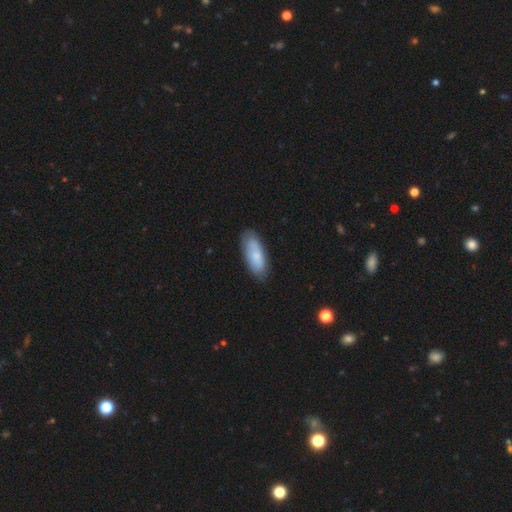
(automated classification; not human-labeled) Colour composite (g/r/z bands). It shows a smooth galaxy with no disk features (72%) that is in between round and cigar-shaped (75%). Merging: none (80%).